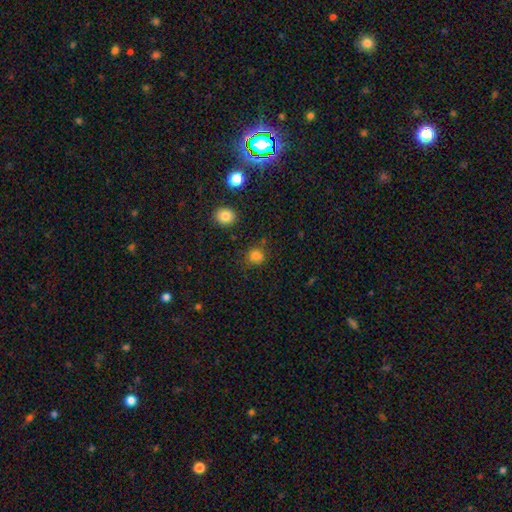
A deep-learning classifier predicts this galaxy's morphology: Overall: smooth (78%). How rounded: round (79%). Merging: none (73%).